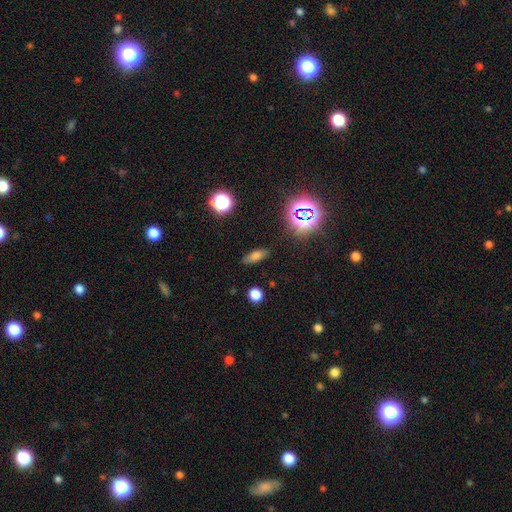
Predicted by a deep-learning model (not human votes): Overall: smooth (70%). How rounded: in between (67%). Merging: none (86%).